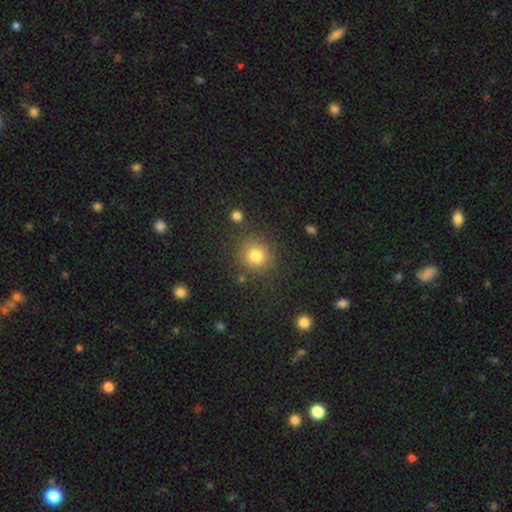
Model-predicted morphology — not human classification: This is clearly a smooth galaxy (81%). How rounded: clearly round (90%). Merging: clearly none (82%).